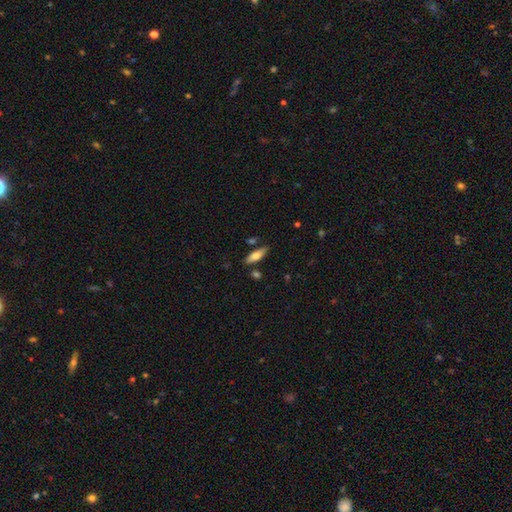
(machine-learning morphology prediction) Overall: smooth (69%). How rounded: in between (56%; cigar-shaped 42%). Merging: none (80%).